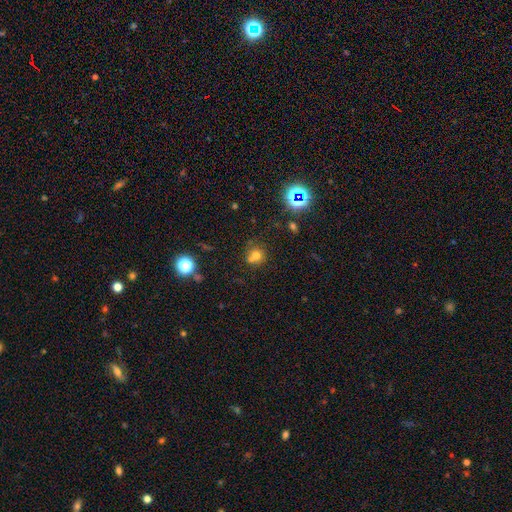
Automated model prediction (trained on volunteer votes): smooth_or_featured: smooth (p=0.65) [alt: star or artifact p=0.22]
how_rounded: round (p=0.84) [alt: in between p=0.15]
merging: none (p=0.47) [alt: merger p=0.39]